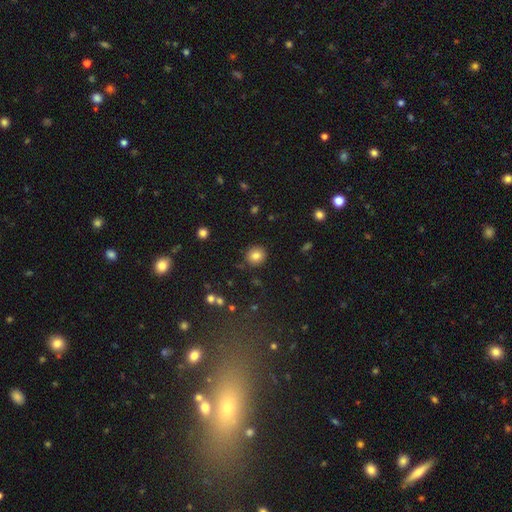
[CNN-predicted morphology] smooth-or-featured: smooth: 81% | star or artifact: 11% | featured or disk: 8%
  how-rounded: round: 89% | in between: 10% | cigar-shaped: 1%
  merging: none: 89% | minor disturbance: 7% | major disturbance: 2% | merger: 2%